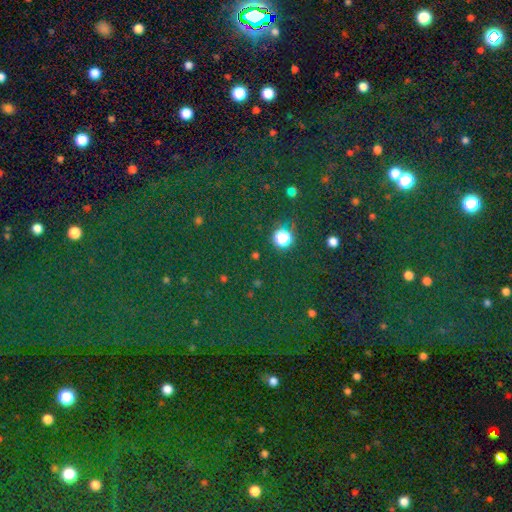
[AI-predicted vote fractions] Smooth or featured: star or artifact — 55% (smooth — 38%)